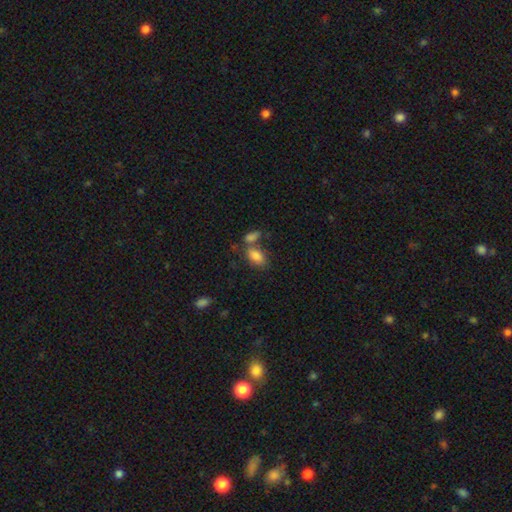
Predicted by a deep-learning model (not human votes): The model was most divided on "merging": none: 49%, merger: 33%, minor disturbance: 13%, major disturbance: 5%. More confident: how rounded — in between (91%); smooth or featured — smooth (83%).